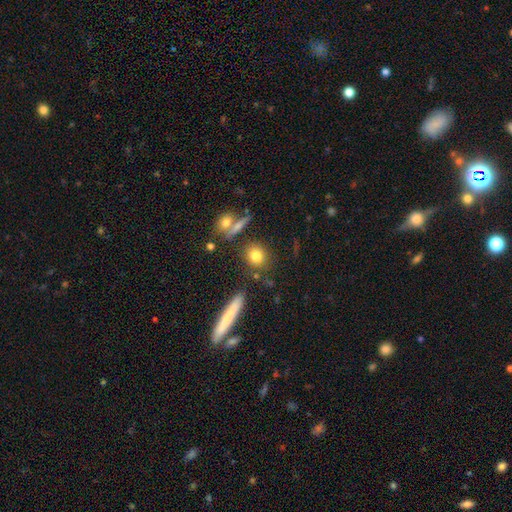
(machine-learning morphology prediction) A smooth galaxy with no disk features (79%) that is round (72%).

Vote fractions:
- Smooth or featured? smooth: 79% / star or artifact: 11% / featured or disk: 10%
- How rounded? round: 72% / in between: 24% / cigar-shaped: 5%
- Merging? none: 79% / minor disturbance: 10% / merger: 7% / major disturbance: 4%